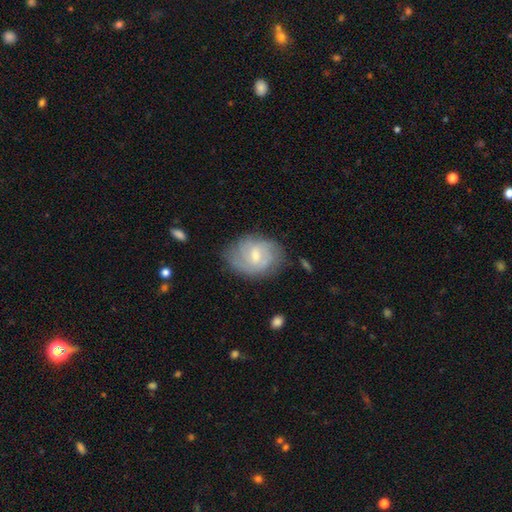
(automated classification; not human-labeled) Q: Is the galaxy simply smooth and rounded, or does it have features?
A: featured or disk — 59%.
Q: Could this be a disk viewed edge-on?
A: no — 97%.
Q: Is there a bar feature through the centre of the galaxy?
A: weak — 62%.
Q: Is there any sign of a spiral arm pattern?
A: yes — 82%.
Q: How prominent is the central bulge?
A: moderate — 47%.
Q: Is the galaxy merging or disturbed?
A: none — 68%.